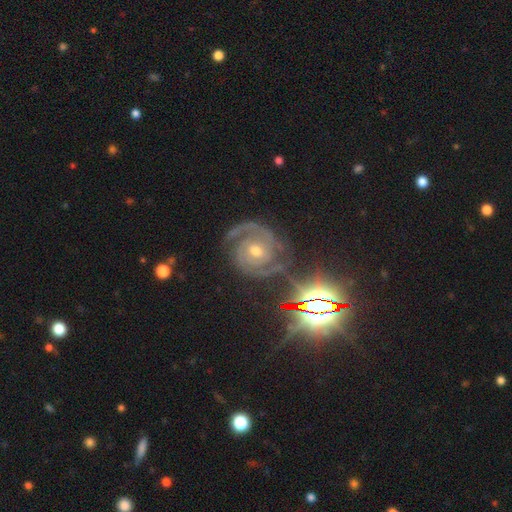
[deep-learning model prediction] Smooth or featured? featured or disk (80%)
Edge-on disk? no (97%)
Bar? no (68%)
Spiral arms? yes (97%)
Spiral winding? tight (65%)
Spiral arm count? 2 (60%)
Bulge size? moderate (49%)
Merging? none (71%)